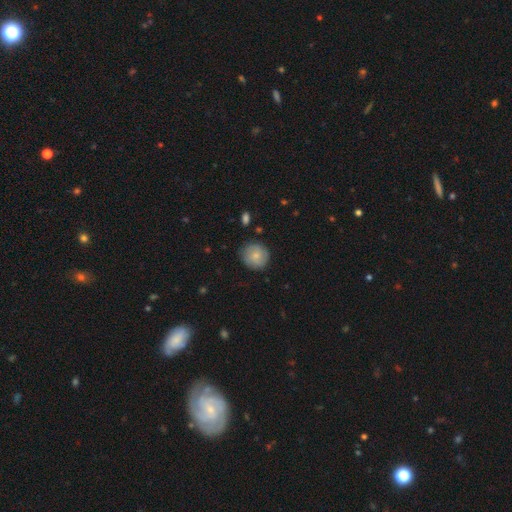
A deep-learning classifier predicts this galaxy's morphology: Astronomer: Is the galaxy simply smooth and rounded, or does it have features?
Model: smooth — 75%.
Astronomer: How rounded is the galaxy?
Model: round — 91%.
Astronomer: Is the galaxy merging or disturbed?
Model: none — 85%.